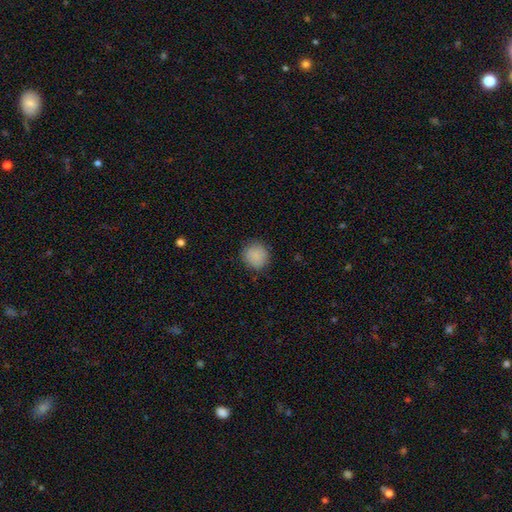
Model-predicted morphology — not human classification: A smooth galaxy with no disk features (88%) that is round (91%).

Vote fractions:
- Smooth or featured? smooth: 88% / star or artifact: 9% / featured or disk: 4%
- How rounded? round: 91% / in between: 8% / cigar-shaped: 1%
- Merging? none: 87% / minor disturbance: 10% / major disturbance: 3% / merger: 1%